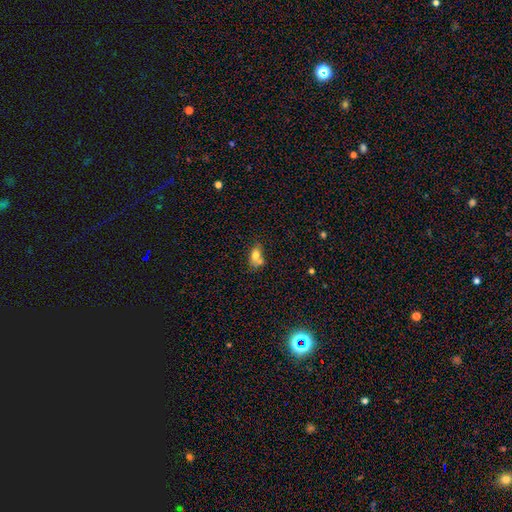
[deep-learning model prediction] The model was most divided on "merging": none: 40%, merger: 35%, minor disturbance: 18%, major disturbance: 7%. More confident: how rounded — in between (76%); smooth or featured — smooth (73%).